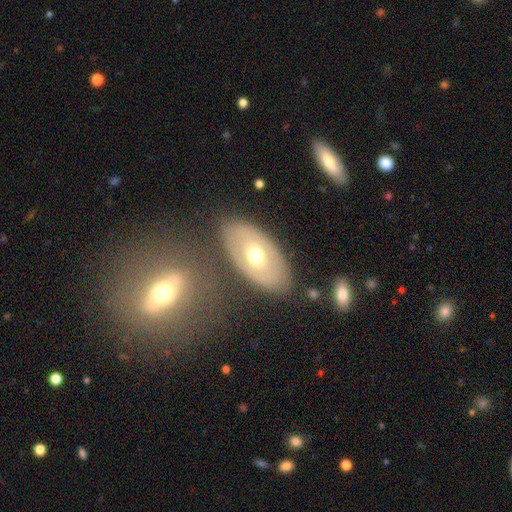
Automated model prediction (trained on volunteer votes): Smooth or featured? featured or disk (56%)
Edge-on disk? no (88%)
Merging? none (77%)